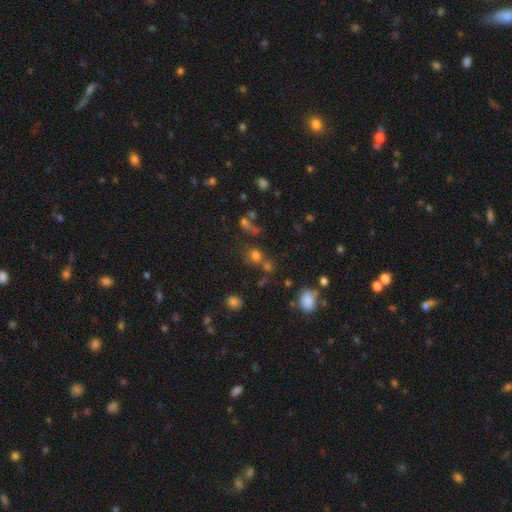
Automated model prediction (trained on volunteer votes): Morphology: type=smooth (64%); roundness=round (80%); merging=none (55%).